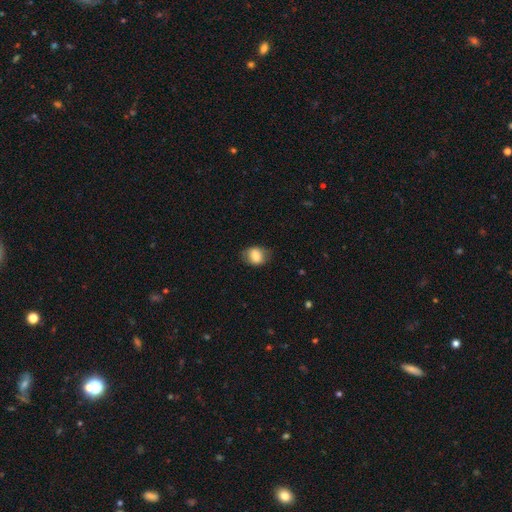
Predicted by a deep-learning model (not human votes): A smooth galaxy with no disk features (79%) that is in between round and cigar-shaped (57%).

Vote fractions:
- Smooth or featured? smooth: 79% / featured or disk: 13% / star or artifact: 8%
- How rounded? in between: 57% / round: 42% / cigar-shaped: 1%
- Merging? none: 73% / minor disturbance: 20% / major disturbance: 6% / merger: 1%